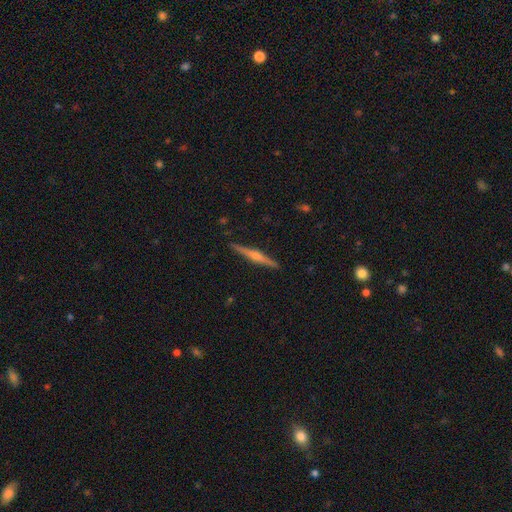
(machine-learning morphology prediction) Q: Smooth or featured?
A: featured or disk (76%); runner-up: smooth (18%)
Q: Edge-on disk?
A: yes (98%); runner-up: no (2%)
Q: Edge-on bulge?
A: rounded (84%); runner-up: none (8%)
Q: Merging?
A: none (92%); runner-up: minor disturbance (6%)